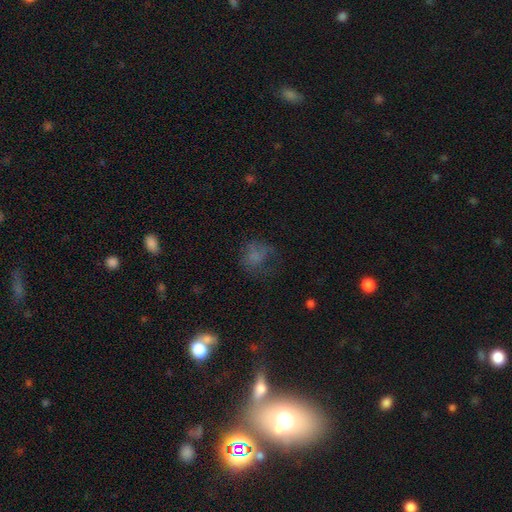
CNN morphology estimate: smooth 58%, featured or disk 23%, star or artifact 19%. Down the decision tree: how rounded — round (60%); merging — none (41%).